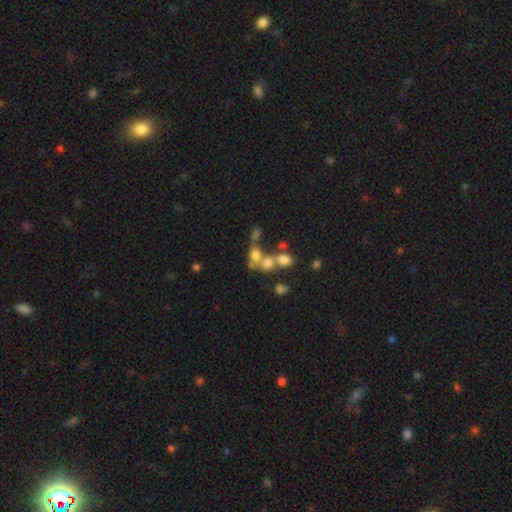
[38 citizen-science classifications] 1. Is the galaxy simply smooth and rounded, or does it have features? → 61% smooth, 34% featured or disk, 5% star or artifact.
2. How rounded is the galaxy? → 61% round, 39% in between, 0% cigar-shaped.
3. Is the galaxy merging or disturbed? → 58% merger, 39% none, 3% major disturbance, 0% minor disturbance.